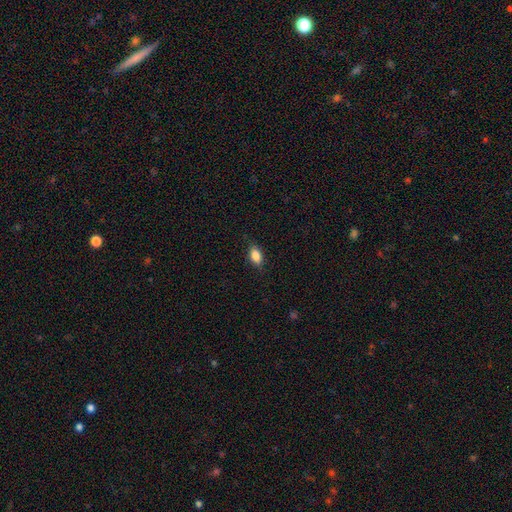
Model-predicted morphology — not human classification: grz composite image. It shows a smooth galaxy with no disk features (86%) that is in between round and cigar-shaped (87%). Merging: none (82%).